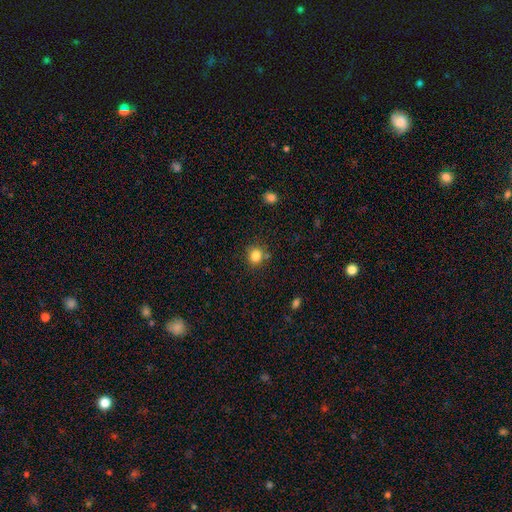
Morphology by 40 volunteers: Smooth or featured? smooth (82%)
How rounded? round (61%)
Merging? none (51%)